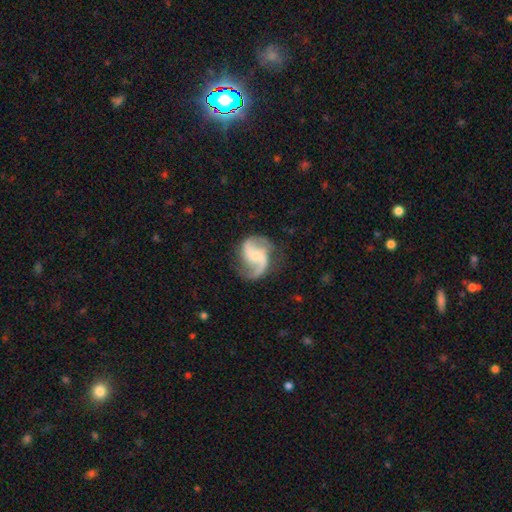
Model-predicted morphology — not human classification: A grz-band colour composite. It shows a featured or disk galaxy (88%) with no bar (43%), 2 (91%) loose (48%) spiral arms (97%) and a small central bulge (41%). Merging: none (73%).